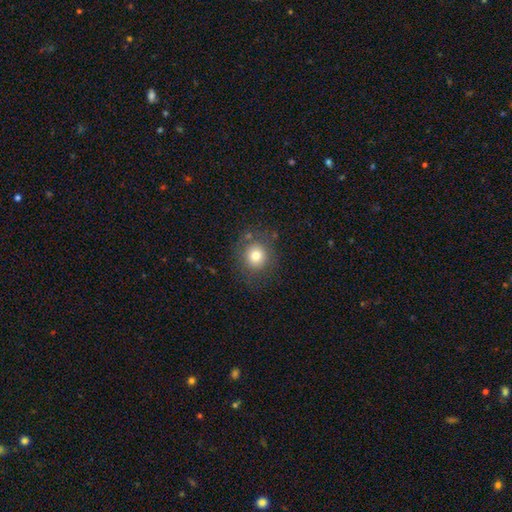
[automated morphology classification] smooth_or_featured: smooth (p=0.76) [alt: star or artifact p=0.12]
how_rounded: round (p=0.85) [alt: in between p=0.14]
merging: none (p=0.81) [alt: minor disturbance p=0.11]